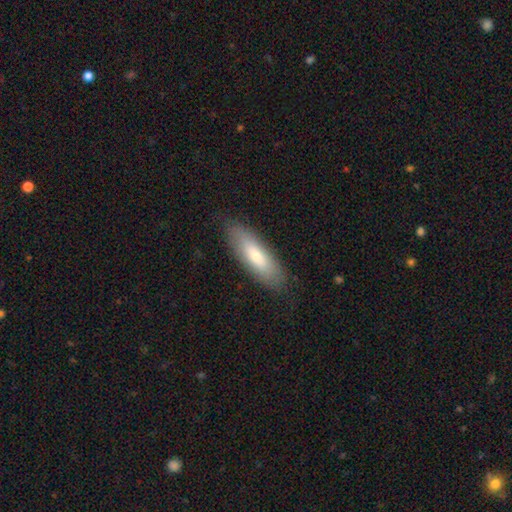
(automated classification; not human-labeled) smooth_or_featured: smooth (p=0.68) [alt: featured or disk p=0.26]
how_rounded: in between (p=0.53) [alt: cigar-shaped p=0.45]
merging: none (p=0.84) [alt: minor disturbance p=0.12]